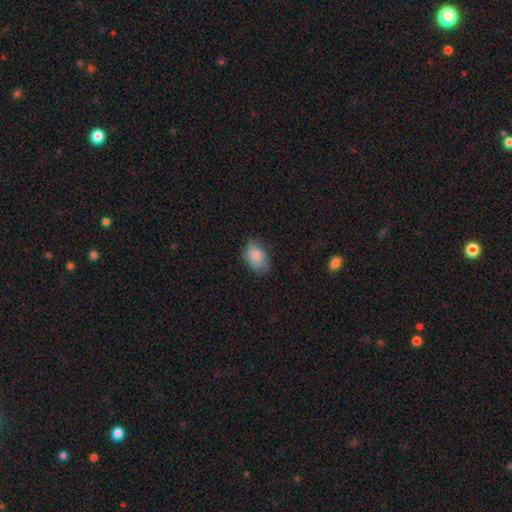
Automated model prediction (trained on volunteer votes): Overall: smooth (81%). How rounded: in between (84%). Merging: none (70%).